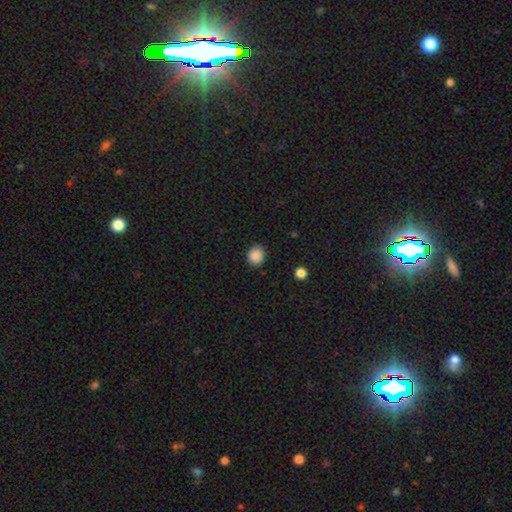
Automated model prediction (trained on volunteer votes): Smooth or featured? Predicted: smooth (p=0.88). How rounded? Predicted: round (p=0.80). Merging? Predicted: none (p=0.89).